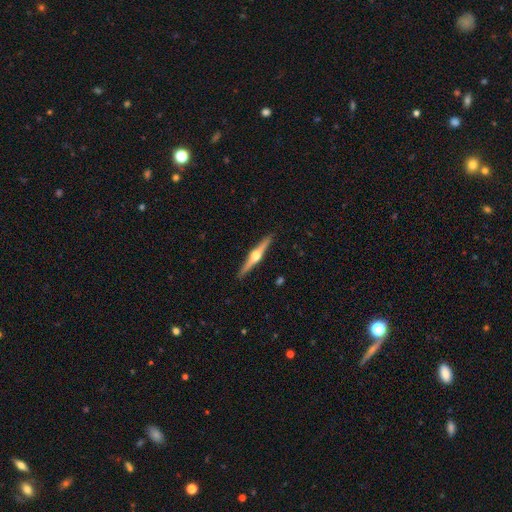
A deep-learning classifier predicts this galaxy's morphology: This appears to be a featured or disk galaxy (80%) viewed edge-on (98%) with a rounded central bulge (96%). Merging: none (92%).